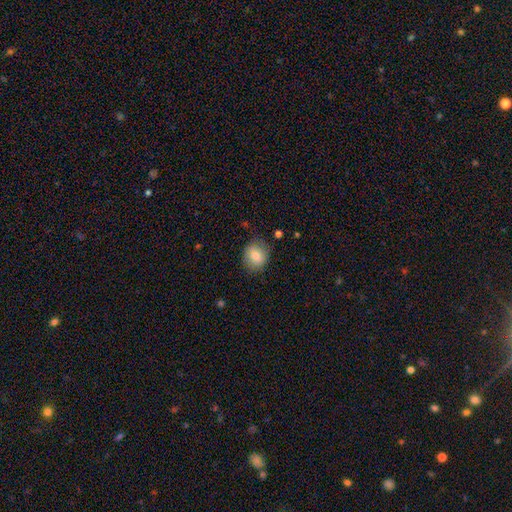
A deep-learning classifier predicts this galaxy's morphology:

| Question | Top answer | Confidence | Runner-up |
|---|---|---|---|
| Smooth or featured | smooth | 79% | featured or disk (13%) |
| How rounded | round | 70% | in between (29%) |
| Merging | none | 79% | minor disturbance (15%) |